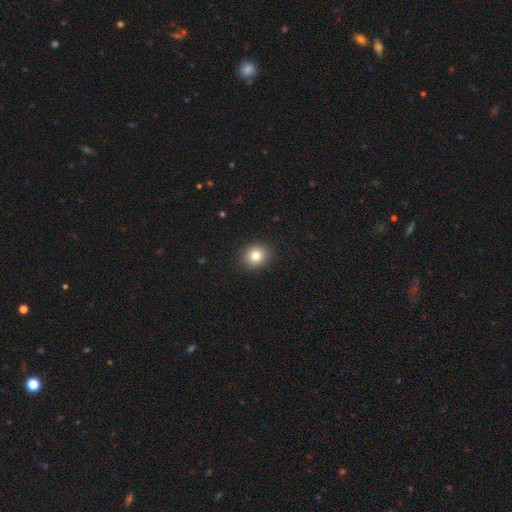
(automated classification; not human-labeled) This appears to be a smooth galaxy with no disk features (81%) that is round (76%). Merging: none (91%).